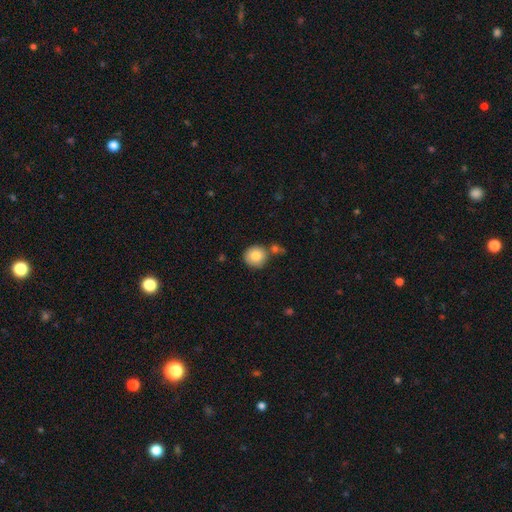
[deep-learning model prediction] smooth-or-featured: smooth: 85% | star or artifact: 8% | featured or disk: 7%
  how-rounded: round: 89% | in between: 10% | cigar-shaped: 1%
  merging: none: 70% | merger: 15% | minor disturbance: 11% | major disturbance: 3%